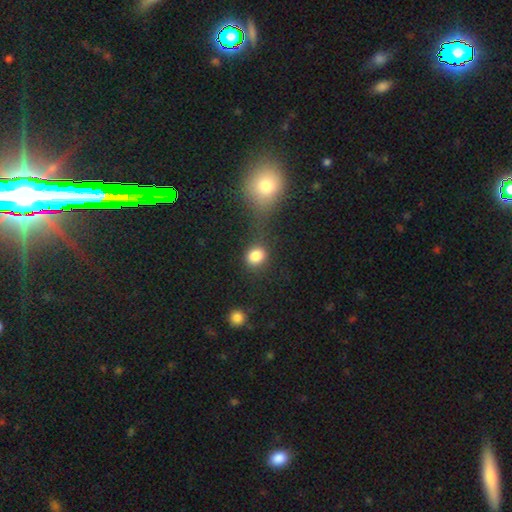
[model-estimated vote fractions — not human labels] Smooth or featured?
  - smooth: 84% *
  - star or artifact: 10%
  - featured or disk: 5%
How rounded?
  - round: 67% *
  - in between: 31%
  - cigar-shaped: 1%
Merging?
  - none: 67% *
  - merger: 14%
  - minor disturbance: 13%
  - major disturbance: 6%